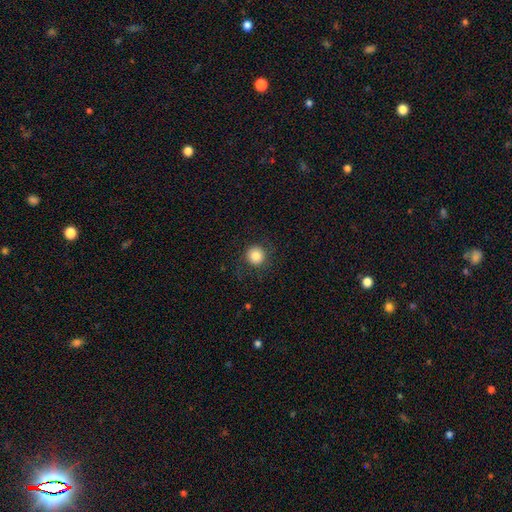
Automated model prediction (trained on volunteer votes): This is clearly a smooth galaxy (84%). How rounded: clearly round (94%). Merging: clearly none (85%).